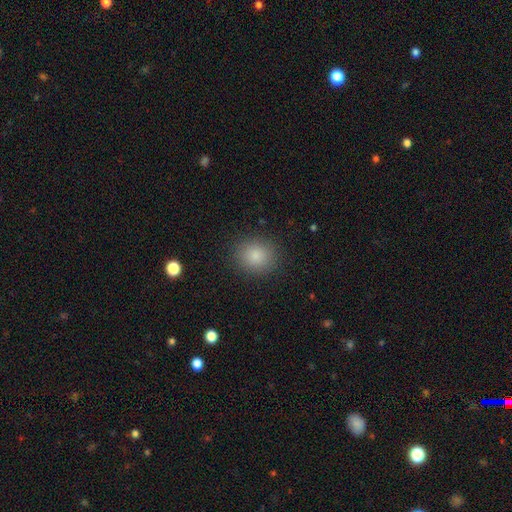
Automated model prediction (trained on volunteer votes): Smooth or featured? Predicted: smooth (p=0.85). How rounded? Predicted: round (p=0.83). Merging? Predicted: none (p=0.89).